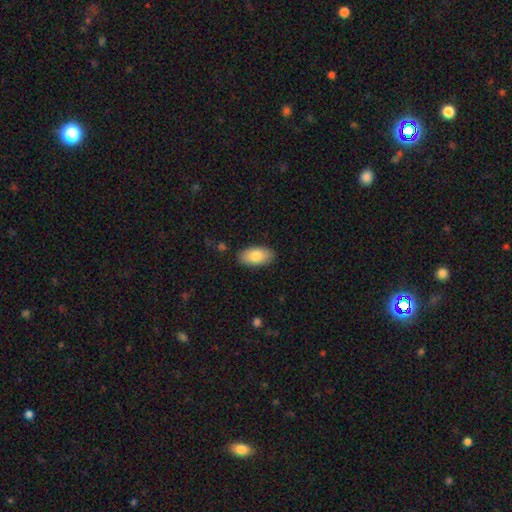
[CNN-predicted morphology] The model was most divided on "smooth or featured": smooth: 81%, featured or disk: 13%, star or artifact: 6%. More confident: how rounded — in between (94%); merging — none (87%).